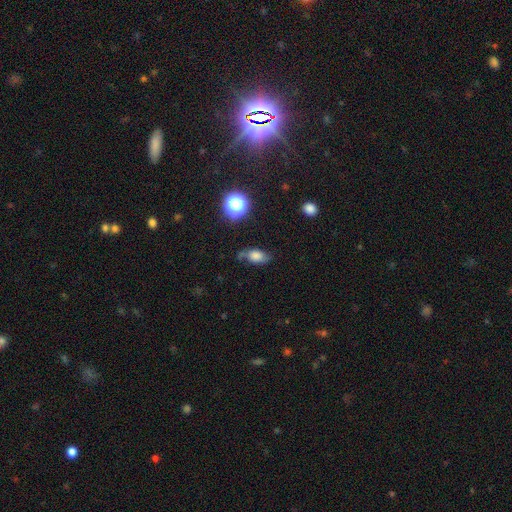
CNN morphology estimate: smooth_or_featured: smooth (p=0.60) [alt: featured or disk p=0.26]
how_rounded: in between (p=0.78) [alt: round p=0.14]
merging: none (p=0.59) [alt: minor disturbance p=0.28]